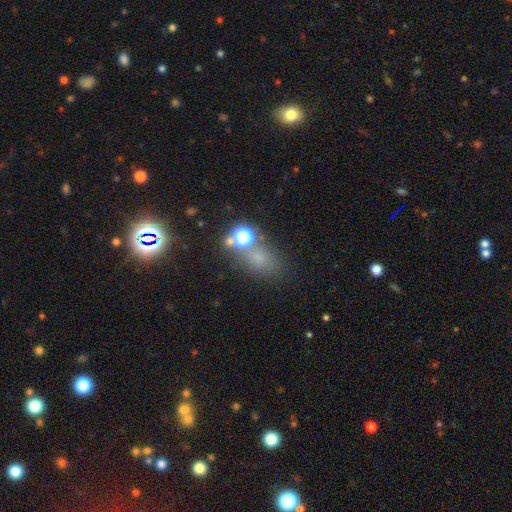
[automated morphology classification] Smooth or featured? Predicted: smooth (p=0.51). How rounded? Predicted: round (p=0.49). Merging? Predicted: none (p=0.63).